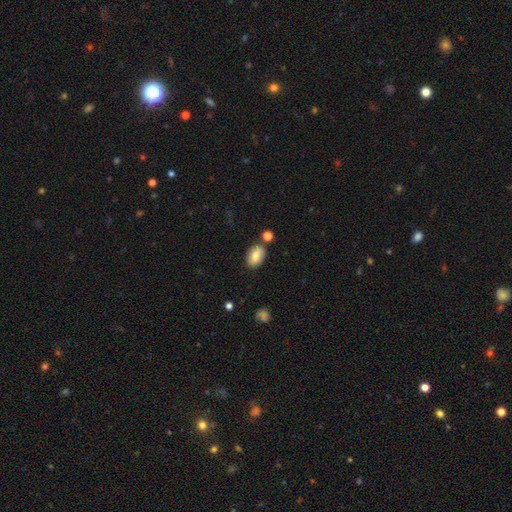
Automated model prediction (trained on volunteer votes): Smooth or featured?
  - smooth: 74% *
  - featured or disk: 18%
  - star or artifact: 8%
How rounded?
  - in between: 89% *
  - round: 8%
  - cigar-shaped: 2%
Merging?
  - none: 79% *
  - minor disturbance: 11%
  - merger: 7%
  - major disturbance: 3%